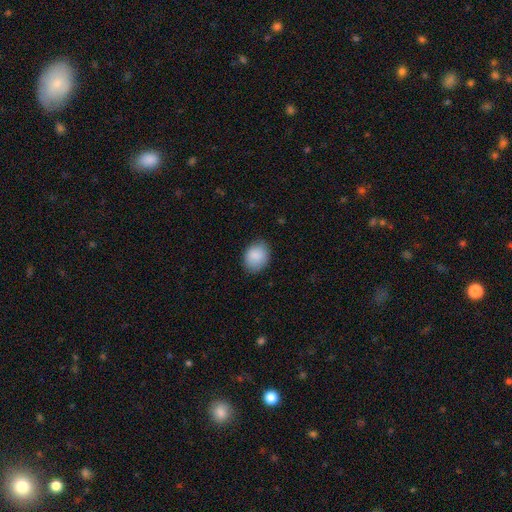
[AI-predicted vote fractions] Smooth or featured: smooth — 88% (star or artifact — 7%)
How rounded: in between — 53% (round — 46%)
Merging: none — 82% (minor disturbance — 14%)